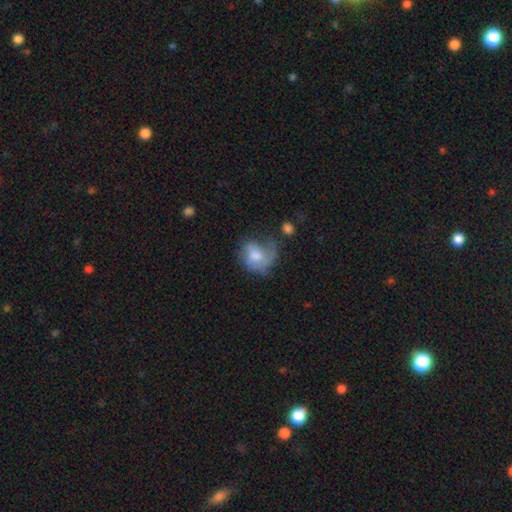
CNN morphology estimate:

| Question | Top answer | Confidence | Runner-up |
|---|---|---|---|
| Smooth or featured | smooth | 53% | featured or disk (38%) |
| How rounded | round | 53% | in between (46%) |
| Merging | major disturbance | 34% | none (33%) |